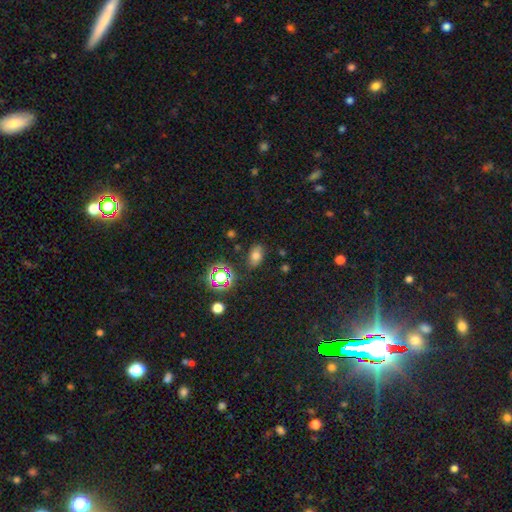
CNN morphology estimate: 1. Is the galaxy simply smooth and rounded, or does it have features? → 68% smooth, 21% star or artifact, 11% featured or disk.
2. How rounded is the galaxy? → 85% in between, 13% round, 2% cigar-shaped.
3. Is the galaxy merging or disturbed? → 80% none, 13% minor disturbance, 4% major disturbance, 3% merger.